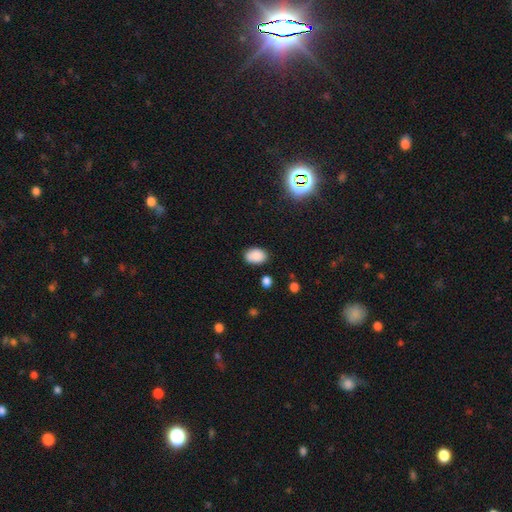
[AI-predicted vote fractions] smooth 86%, star or artifact 9%, featured or disk 5%. Down the decision tree: how rounded — in between (82%); merging — none (81%).